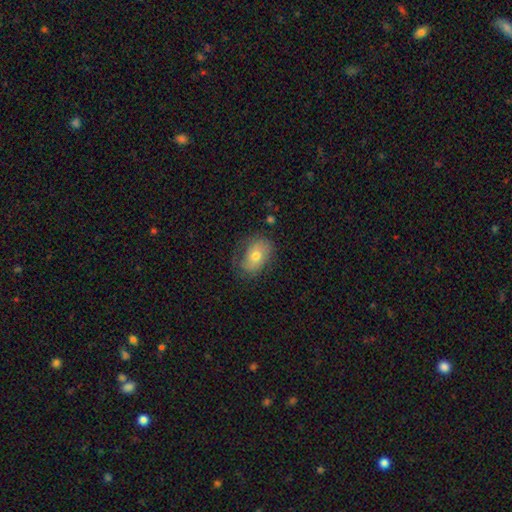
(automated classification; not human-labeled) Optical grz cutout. It shows a smooth galaxy with no disk features (63%) that is in between round and cigar-shaped (80%). Merging: none (60%).